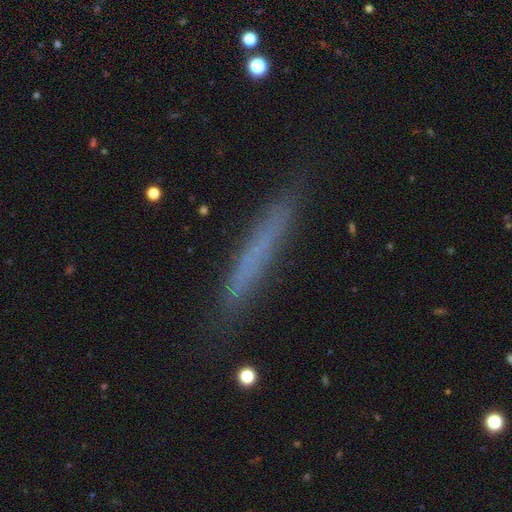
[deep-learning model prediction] This is possibly a smooth galaxy (57%). How rounded: clearly cigar-shaped (95%). Merging: clearly none (85%).